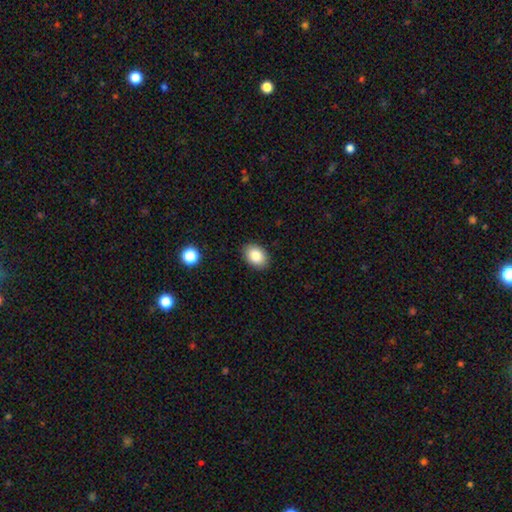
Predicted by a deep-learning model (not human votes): Smooth or featured? Predicted: smooth (p=0.85). How rounded? Predicted: in between (p=0.80). Merging? Predicted: none (p=0.88).